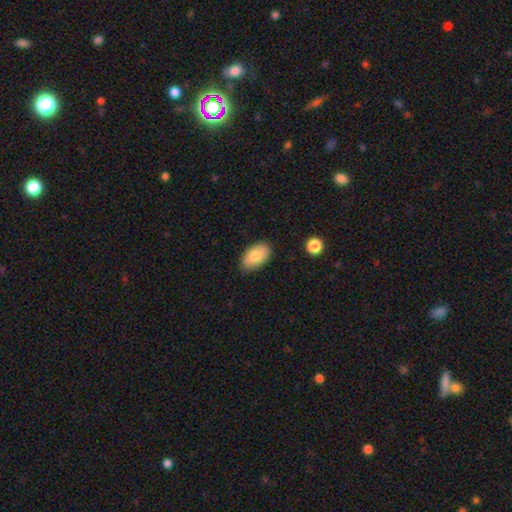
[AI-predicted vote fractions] smooth 82%, featured or disk 11%, star or artifact 7%. Down the decision tree: how rounded — in between (93%); merging — none (81%).